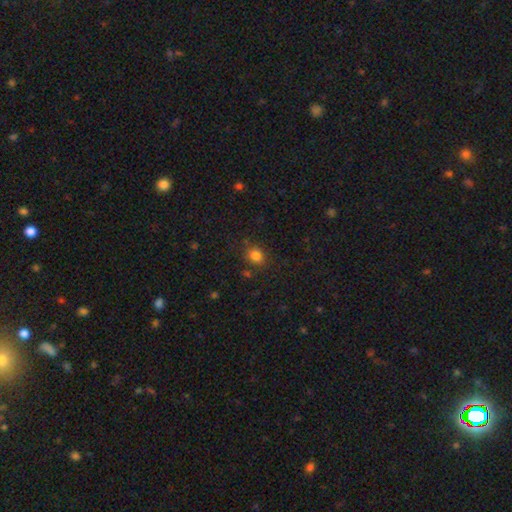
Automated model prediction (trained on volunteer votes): This appears to be a smooth galaxy with no disk features (82%) that is round (61%). Merging: none (81%).